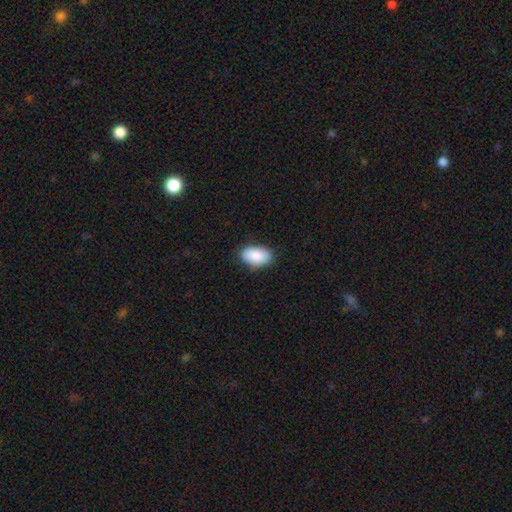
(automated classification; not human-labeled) Smooth or featured? Predicted: smooth (p=0.89). How rounded? Predicted: in between (p=0.94). Merging? Predicted: none (p=0.82).